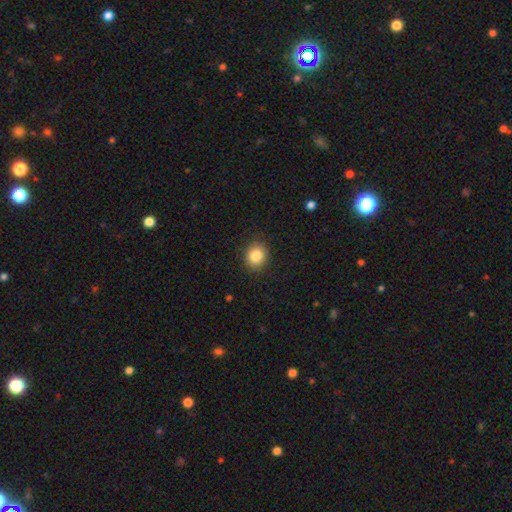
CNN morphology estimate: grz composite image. It shows a smooth galaxy with no disk features (85%) that is round (75%). Merging: none (89%).